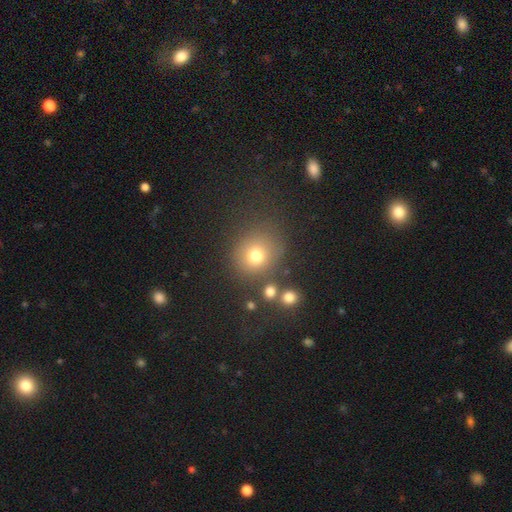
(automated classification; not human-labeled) A smooth galaxy with no disk features (74%) that is round (83%).

Vote fractions:
- Smooth or featured? smooth: 74% / star or artifact: 17% / featured or disk: 9%
- How rounded? round: 83% / in between: 16% / cigar-shaped: 1%
- Merging? none: 74% / minor disturbance: 12% / merger: 8% / major disturbance: 6%